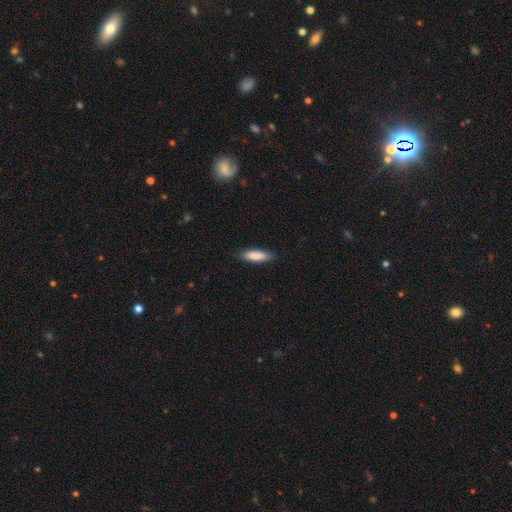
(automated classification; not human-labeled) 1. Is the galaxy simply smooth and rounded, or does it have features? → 86% smooth, 8% featured or disk, 6% star or artifact.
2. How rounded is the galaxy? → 57% cigar-shaped, 42% in between, 1% round.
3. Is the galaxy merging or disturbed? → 85% none, 12% minor disturbance, 2% major disturbance, 1% merger.